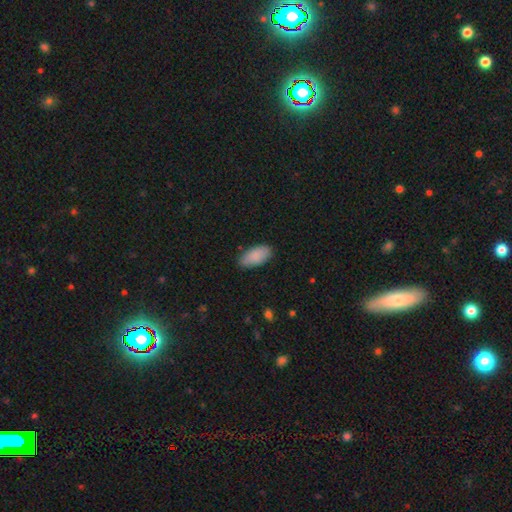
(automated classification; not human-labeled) smooth-or-featured: smooth: 89% | star or artifact: 6% | featured or disk: 5%
  how-rounded: in between: 92% | cigar-shaped: 6% | round: 2%
  merging: none: 83% | minor disturbance: 14% | major disturbance: 2% | merger: 1%